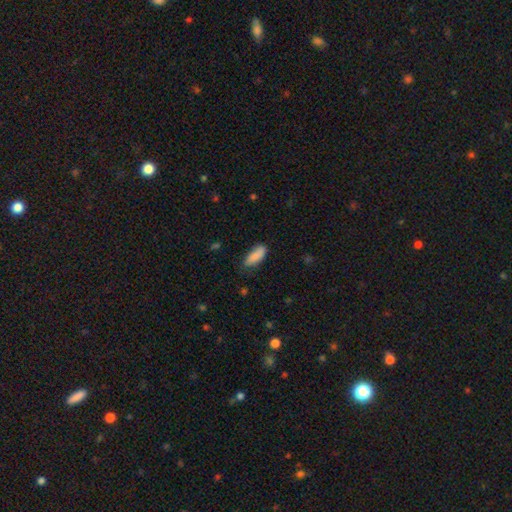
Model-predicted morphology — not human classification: This is clearly a smooth galaxy (88%). How rounded: likely in between (73%). Merging: likely none (67%).